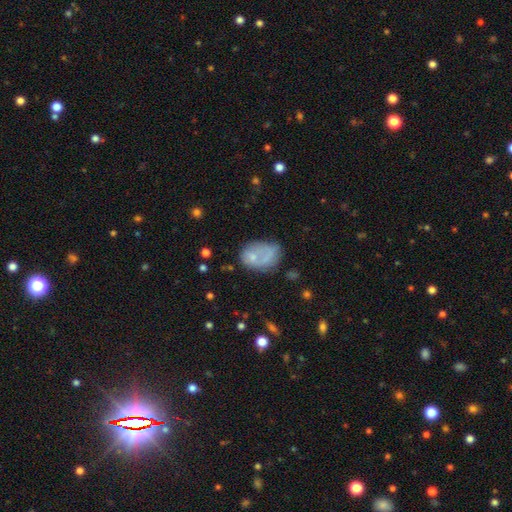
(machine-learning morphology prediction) A smooth galaxy with no disk features (59%) that is in between round and cigar-shaped (74%).

Vote fractions:
- Smooth or featured? smooth: 59% / featured or disk: 30% / star or artifact: 11%
- How rounded? in between: 74% / round: 24% / cigar-shaped: 1%
- Merging? none: 34% / minor disturbance: 26% / major disturbance: 23% / merger: 17%